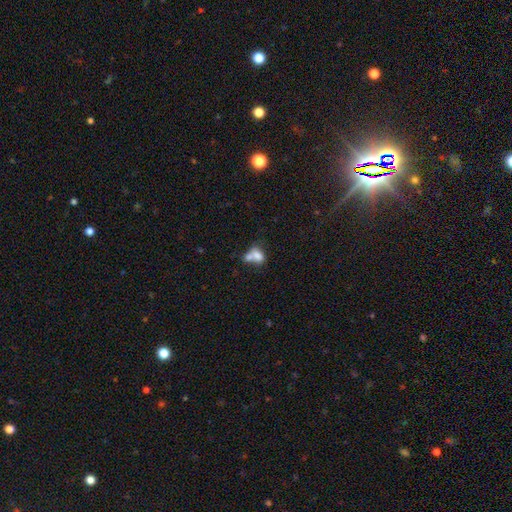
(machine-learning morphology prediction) A smooth galaxy with no disk features (70%) that is in between round and cigar-shaped (72%). Merging: merger (63%).